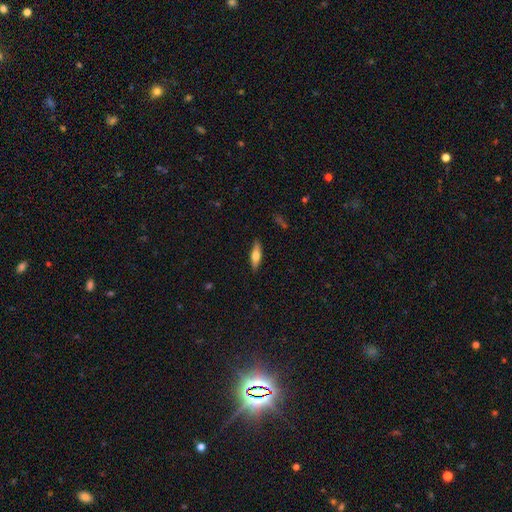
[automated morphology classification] Overall: smooth (57%; featured or disk 37%). How rounded: cigar-shaped (57%; in between 41%). Merging: none (88%).